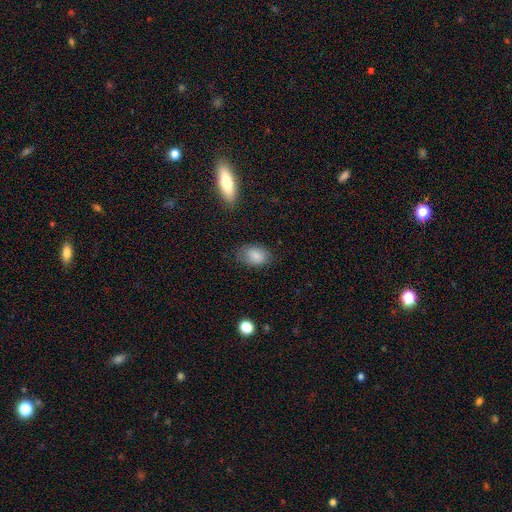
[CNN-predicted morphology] This is clearly a smooth galaxy (83%). How rounded: clearly in between (87%). Merging: likely none (71%).